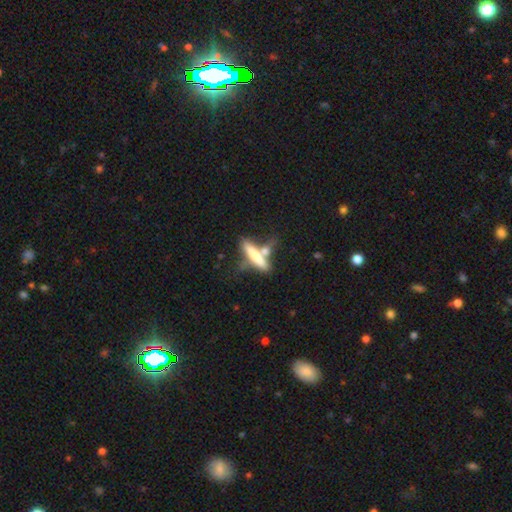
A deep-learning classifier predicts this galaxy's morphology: Smooth or featured? smooth (59%)
How rounded? cigar-shaped (83%)
Merging? none (45%)